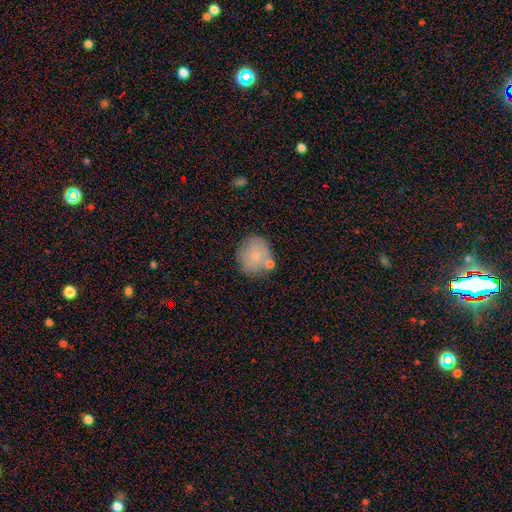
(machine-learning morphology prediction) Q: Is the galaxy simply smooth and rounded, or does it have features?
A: smooth — 78%.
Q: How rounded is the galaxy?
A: round — 82%.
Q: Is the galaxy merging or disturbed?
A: none — 65%.